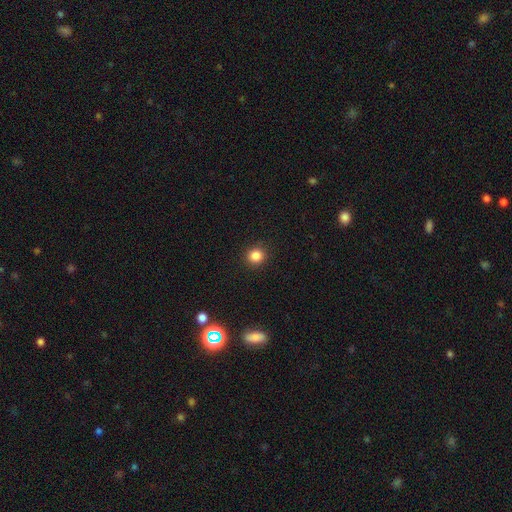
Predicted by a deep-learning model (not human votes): Q: Smooth or featured?
A: smooth (85%); runner-up: star or artifact (12%)
Q: How rounded?
A: round (89%); runner-up: in between (10%)
Q: Merging?
A: none (91%); runner-up: minor disturbance (6%)